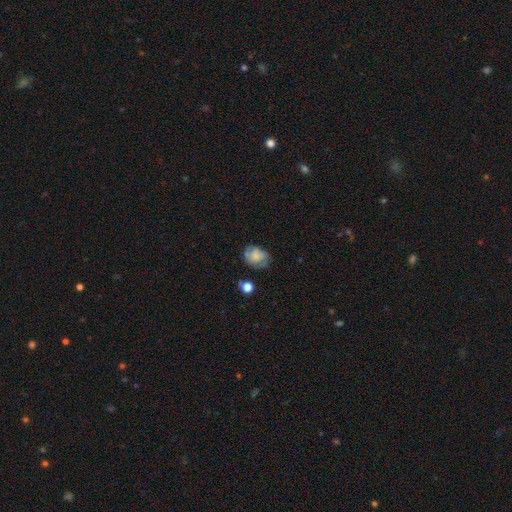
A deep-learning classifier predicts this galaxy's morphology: This appears to be a smooth galaxy with no disk features (63%) that is in between round and cigar-shaped (54%). Merging: none (58%).